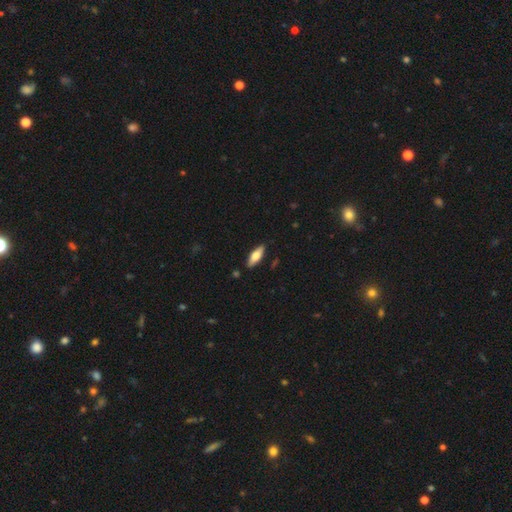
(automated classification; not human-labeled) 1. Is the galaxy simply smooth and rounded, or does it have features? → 65% smooth, 29% featured or disk, 6% star or artifact.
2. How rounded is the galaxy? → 61% in between, 37% cigar-shaped, 2% round.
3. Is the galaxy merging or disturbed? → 87% none, 10% minor disturbance, 2% major disturbance, 1% merger.